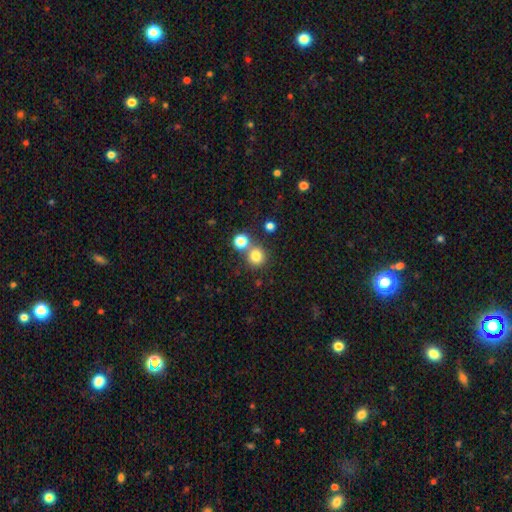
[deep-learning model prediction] Q: Smooth or featured?
A: smooth (79%); runner-up: star or artifact (14%)
Q: How rounded?
A: round (91%); runner-up: in between (8%)
Q: Merging?
A: none (66%); runner-up: merger (24%)